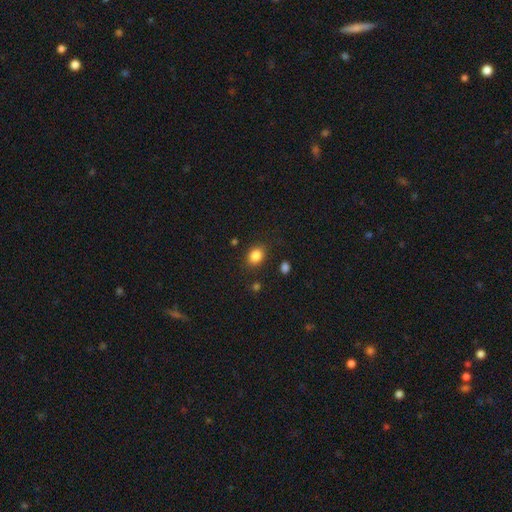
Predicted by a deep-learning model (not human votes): Morphology: type=smooth (84%); roundness=in between (62%); merging=none (83%).